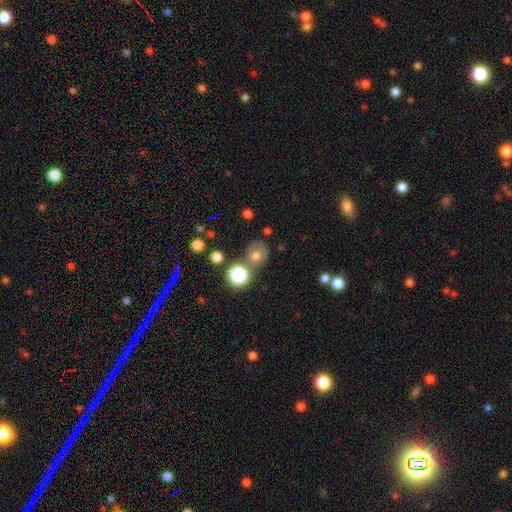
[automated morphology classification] type=smooth (61%); roundness=round (74%); merging=none (63%).